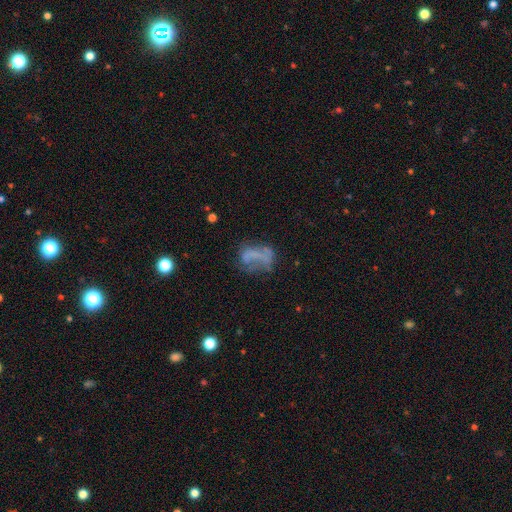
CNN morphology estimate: The model was most divided on "merging": major disturbance: 36%, none: 35%, minor disturbance: 22%, merger: 7%. Remaining: smooth or featured — featured or disk (45%).